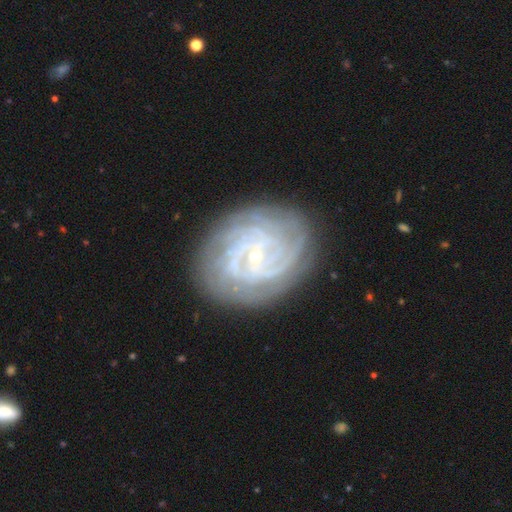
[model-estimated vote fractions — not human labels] Smooth or featured? featured or disk (87%)
Edge-on disk? no (97%)
Bar? no (55%)
Spiral arms? yes (97%)
Spiral winding? tight (79%)
Spiral arm count? 4 (26%)
Bulge size? small (86%)
Merging? none (82%)